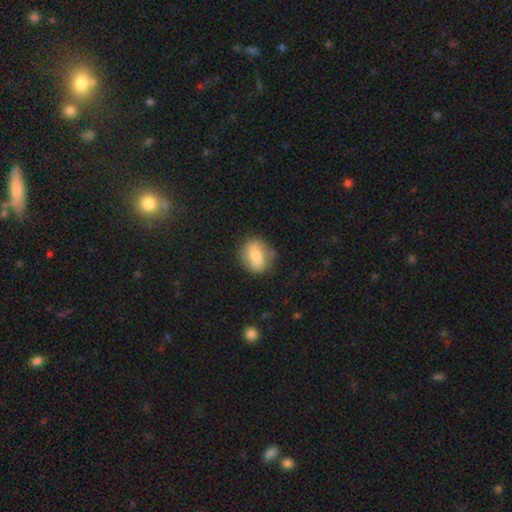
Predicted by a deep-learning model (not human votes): Overall: smooth (72%). How rounded: in between (52%; round 46%). Merging: none (71%).